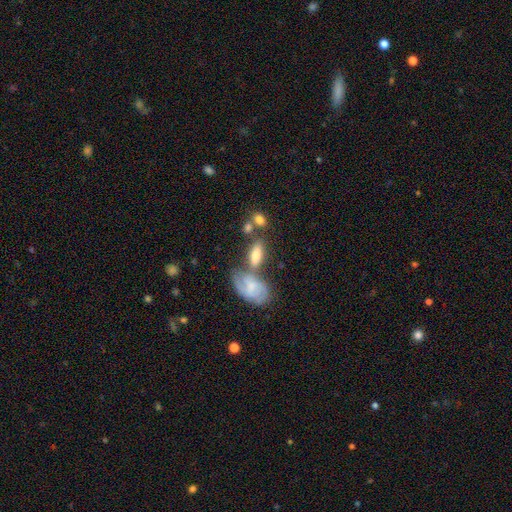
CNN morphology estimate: The model was most divided on "smooth or featured": smooth: 48%, featured or disk: 40%, star or artifact: 12%. Remaining: merging — none (47%).